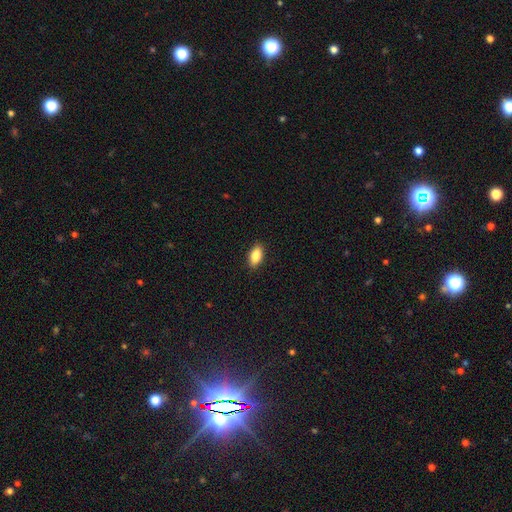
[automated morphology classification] Smooth or featured? smooth (84%)
How rounded? in between (89%)
Merging? none (90%)